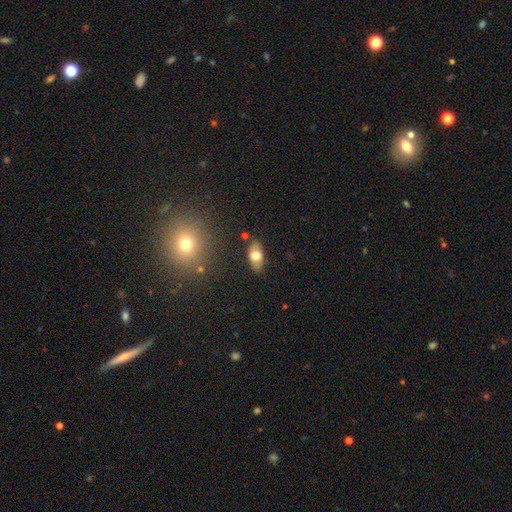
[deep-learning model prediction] The model was most divided on "smooth or featured": smooth: 68%, featured or disk: 25%, star or artifact: 7%. More confident: how rounded — in between (90%); merging — none (82%).